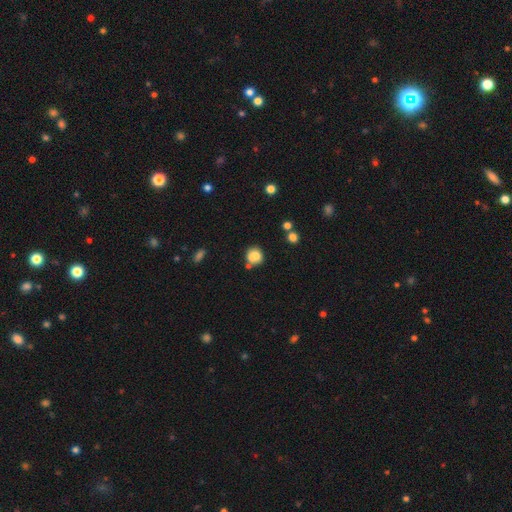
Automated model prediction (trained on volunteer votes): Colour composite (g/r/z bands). It shows a smooth galaxy with no disk features (79%) that is round (84%). Merging: none (58%).